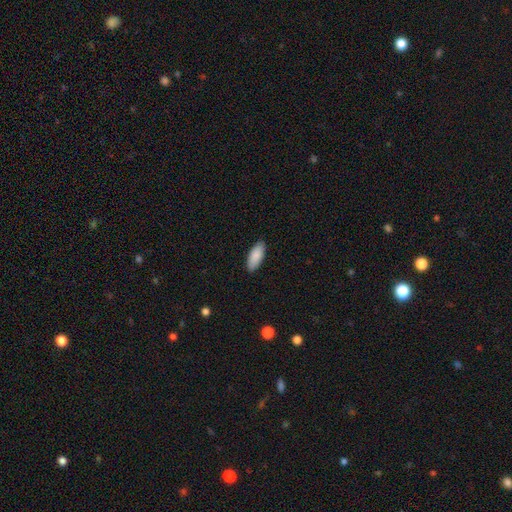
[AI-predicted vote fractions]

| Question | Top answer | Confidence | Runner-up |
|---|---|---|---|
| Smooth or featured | smooth | 88% | featured or disk (6%) |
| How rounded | in between | 81% | cigar-shaped (17%) |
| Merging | none | 88% | minor disturbance (9%) |